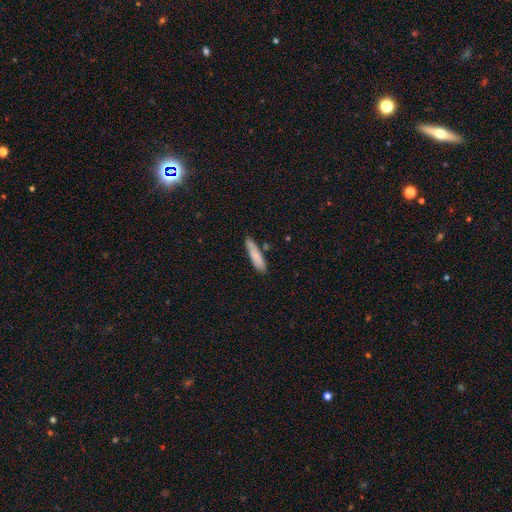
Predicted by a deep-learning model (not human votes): Morphology: type=smooth (82%); roundness=cigar-shaped (83%); merging=none (74%).